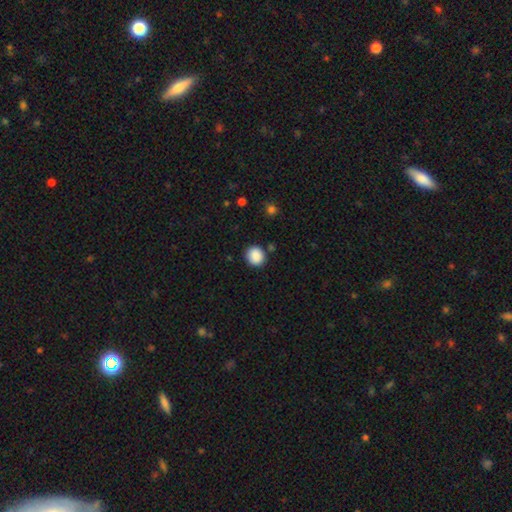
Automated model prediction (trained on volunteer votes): Smooth or featured: smooth — 88% (star or artifact — 9%)
How rounded: round — 87% (in between — 12%)
Merging: none — 88% (minor disturbance — 8%)